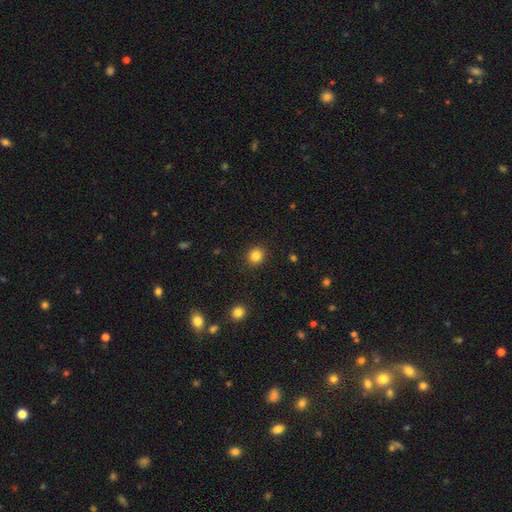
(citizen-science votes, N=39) smooth-or-featured: smooth: 85% | featured or disk: 10% | star or artifact: 5%
  how-rounded: round: 82% | in between: 18% | cigar-shaped: 0%
  merging: none: 86% | minor disturbance: 14% | major disturbance: 0% | merger: 0%